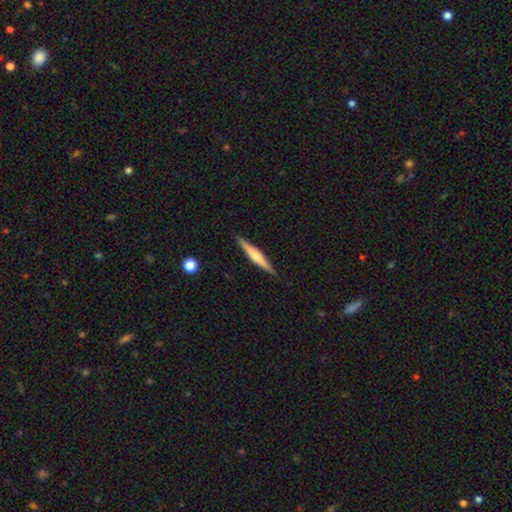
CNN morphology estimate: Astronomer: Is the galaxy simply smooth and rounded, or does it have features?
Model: featured or disk — 60%.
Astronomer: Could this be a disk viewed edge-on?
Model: yes — 97%.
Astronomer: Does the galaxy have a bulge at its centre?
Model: rounded — 74%.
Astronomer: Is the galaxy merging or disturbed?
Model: none — 90%.